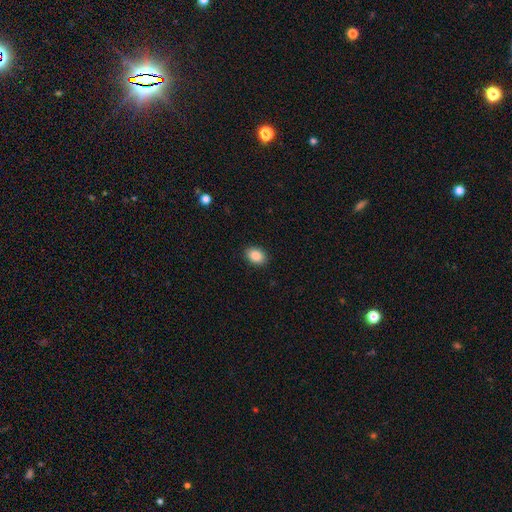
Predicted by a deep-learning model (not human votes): A smooth galaxy with no disk features (89%) that is in between round and cigar-shaped (76%).

Vote fractions:
- Smooth or featured? smooth: 89% / star or artifact: 8% / featured or disk: 4%
- How rounded? in between: 76% / round: 23% / cigar-shaped: 1%
- Merging? none: 90% / minor disturbance: 7% / major disturbance: 2% / merger: 1%